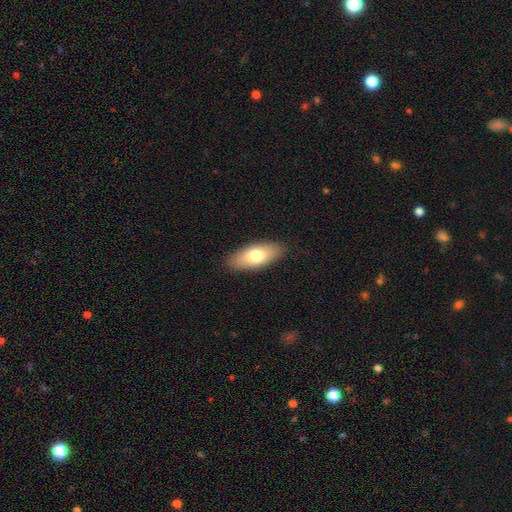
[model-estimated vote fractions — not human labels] A smooth galaxy with no disk features (72%) that is in between round and cigar-shaped (85%).

Vote fractions:
- Smooth or featured? smooth: 72% / featured or disk: 22% / star or artifact: 6%
- How rounded? in between: 85% / cigar-shaped: 12% / round: 3%
- Merging? none: 88% / minor disturbance: 9% / major disturbance: 2% / merger: 1%